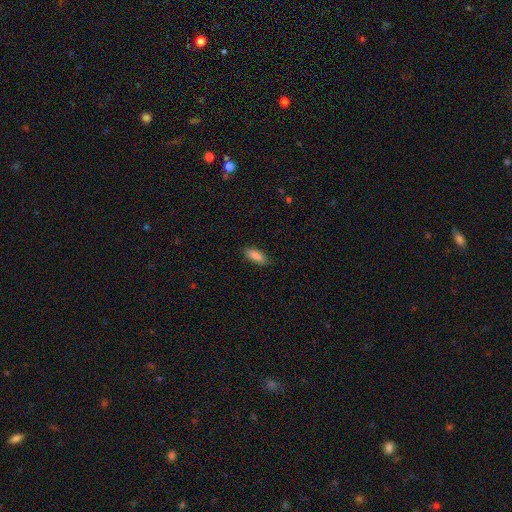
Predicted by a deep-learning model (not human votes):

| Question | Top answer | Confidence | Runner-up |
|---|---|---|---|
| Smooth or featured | smooth | 86% | featured or disk (8%) |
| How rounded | in between | 76% | cigar-shaped (22%) |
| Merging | none | 86% | minor disturbance (11%) |